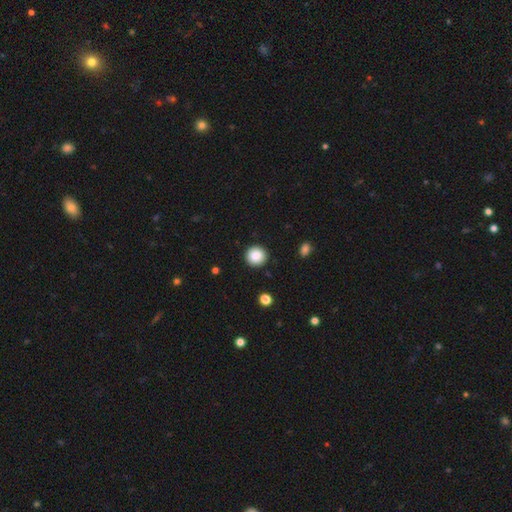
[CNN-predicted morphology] smooth 87%, star or artifact 9%, featured or disk 4%. Down the decision tree: how rounded — round (95%); merging — none (91%).